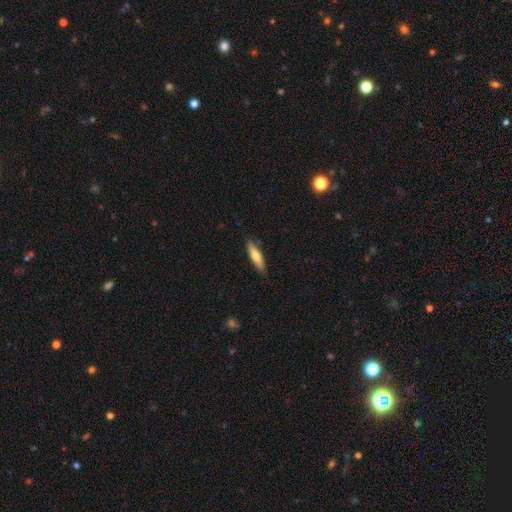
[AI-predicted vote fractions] Overall: smooth (63%; featured or disk 31%). How rounded: cigar-shaped (75%). Merging: none (86%).